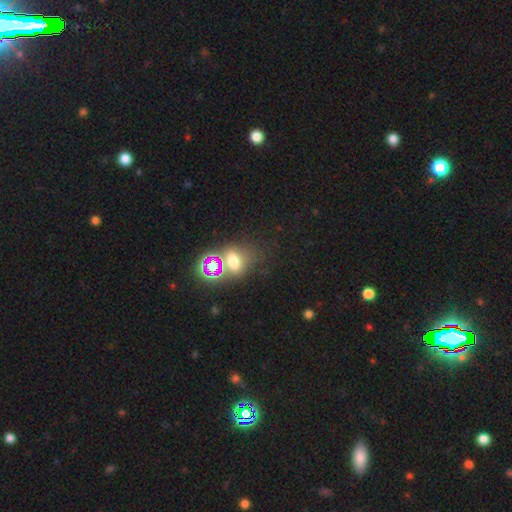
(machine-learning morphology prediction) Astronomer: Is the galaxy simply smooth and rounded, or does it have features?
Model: star or artifact — 43% (runner-up: smooth, 40%).